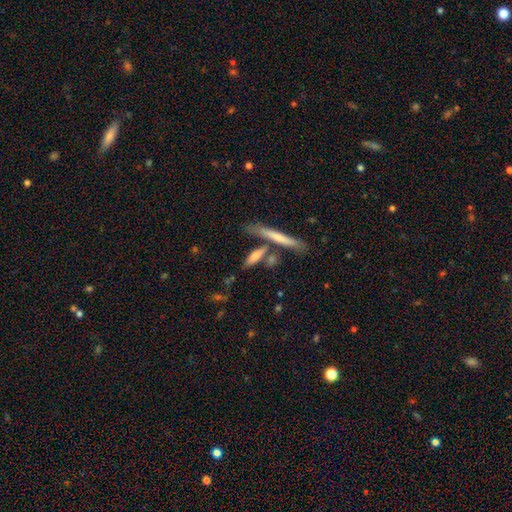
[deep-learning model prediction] This appears to be a smooth galaxy with no disk features (67%) that is cigar-shaped (73%). Merging: none (59%).